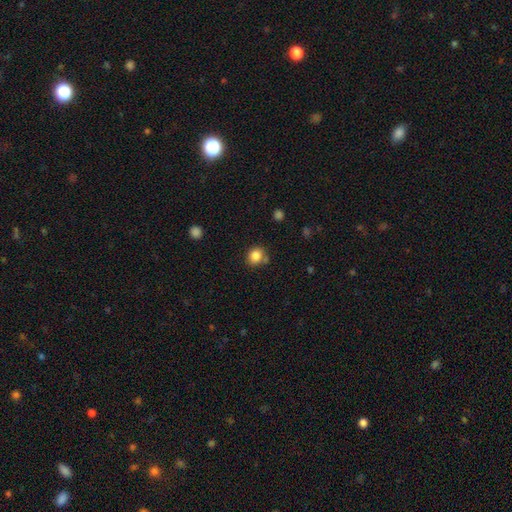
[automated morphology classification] Smooth or featured? smooth (84%)
How rounded? round (80%)
Merging? none (74%)